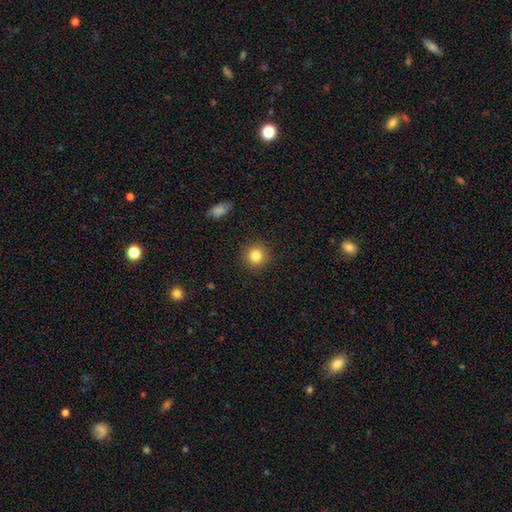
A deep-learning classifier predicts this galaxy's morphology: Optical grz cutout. It shows a smooth galaxy with no disk features (83%) that is round (93%). Merging: none (91%).